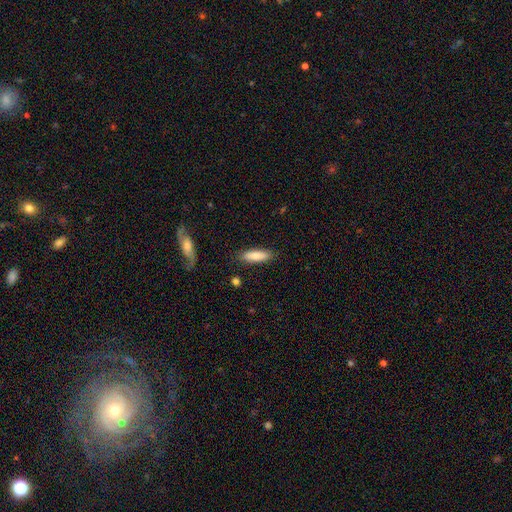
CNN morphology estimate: smooth 83%, featured or disk 11%, star or artifact 6%. Down the decision tree: how rounded — cigar-shaped (55%); merging — none (86%).